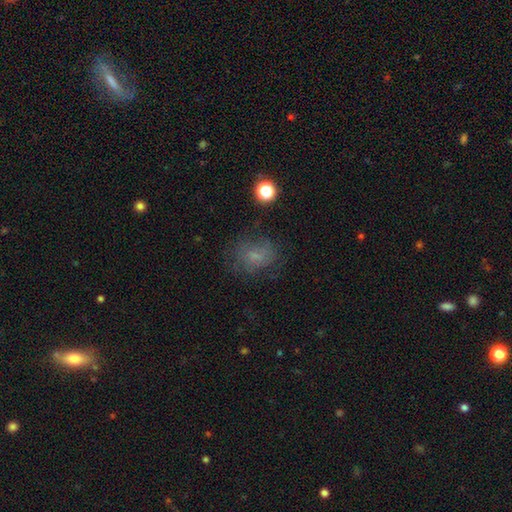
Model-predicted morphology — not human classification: smooth 54%, featured or disk 27%, star or artifact 19%. Down the decision tree: how rounded — round (54%); merging — none (63%).